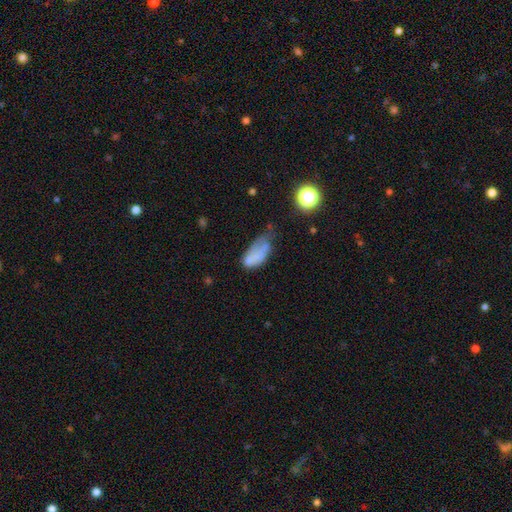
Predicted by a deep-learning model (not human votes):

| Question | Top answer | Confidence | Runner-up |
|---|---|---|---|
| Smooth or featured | smooth | 65% | featured or disk (23%) |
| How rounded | in between | 89% | cigar-shaped (6%) |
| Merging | major disturbance | 38% | minor disturbance (34%) |